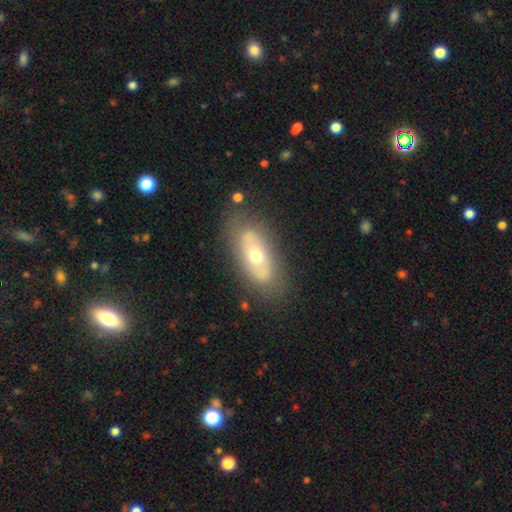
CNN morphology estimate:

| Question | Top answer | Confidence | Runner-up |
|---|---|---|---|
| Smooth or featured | featured or disk | 52% | smooth (42%) |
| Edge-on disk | no | 84% | yes (16%) |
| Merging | none | 76% | minor disturbance (16%) |